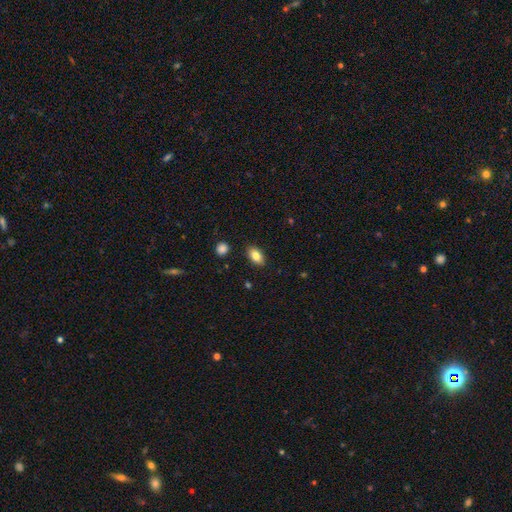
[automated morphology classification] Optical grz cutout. It shows a smooth galaxy with no disk features (83%) that is in between round and cigar-shaped (90%). Merging: none (88%).